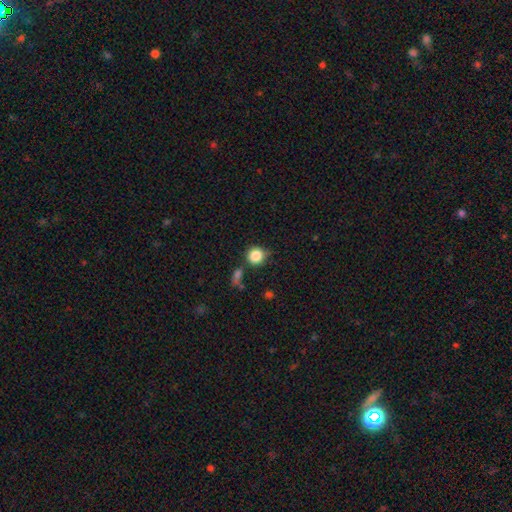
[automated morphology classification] Overall: smooth (85%). How rounded: round (89%). Merging: none (68%).